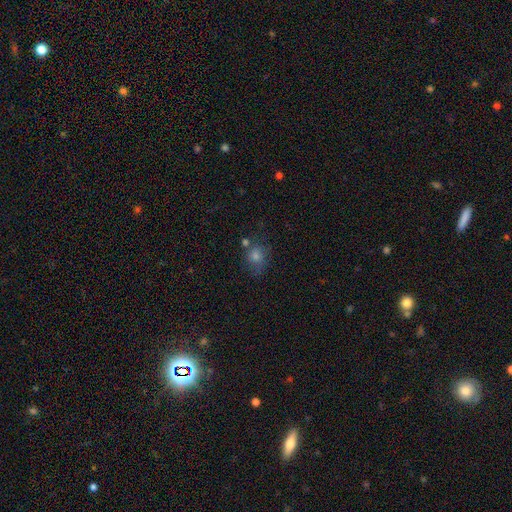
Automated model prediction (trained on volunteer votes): A smooth galaxy with no disk features (59%) that is round (64%). Merging: none (62%).